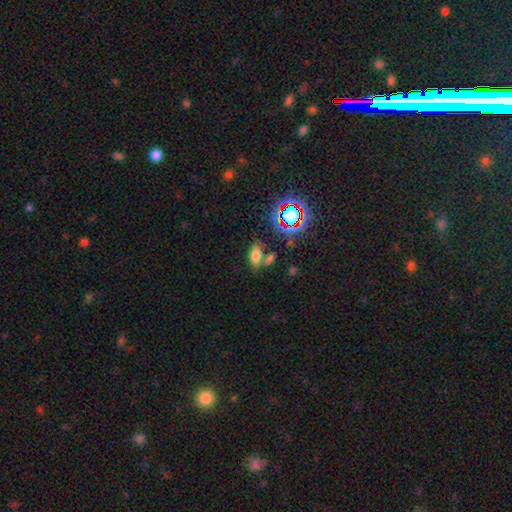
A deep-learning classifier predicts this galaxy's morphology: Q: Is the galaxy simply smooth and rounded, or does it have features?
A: smooth — 70%.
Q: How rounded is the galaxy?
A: in between — 86%.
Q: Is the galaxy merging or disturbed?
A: none — 61%.